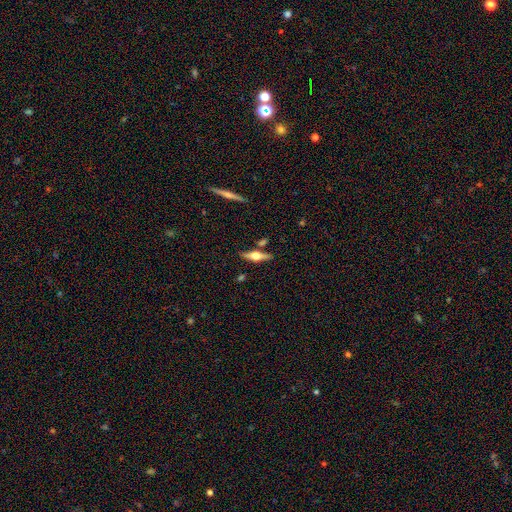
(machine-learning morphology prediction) Smooth or featured? Predicted: featured or disk (p=0.69). Edge-on disk? Predicted: yes (p=0.96). Edge-on bulge? Predicted: rounded (p=0.94). Merging? Predicted: none (p=0.79).